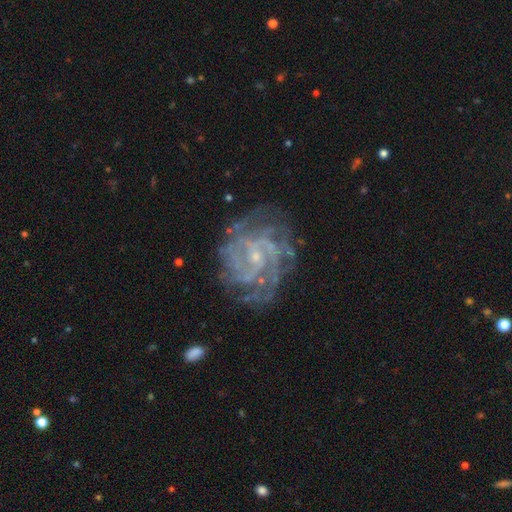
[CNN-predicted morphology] Smooth or featured? featured or disk (87%)
Edge-on disk? no (98%)
Bar? no (48%)
Spiral arms? yes (95%)
Spiral winding? tight (59%)
Spiral arm count? can't tell (30%)
Bulge size? small (79%)
Merging? none (71%)